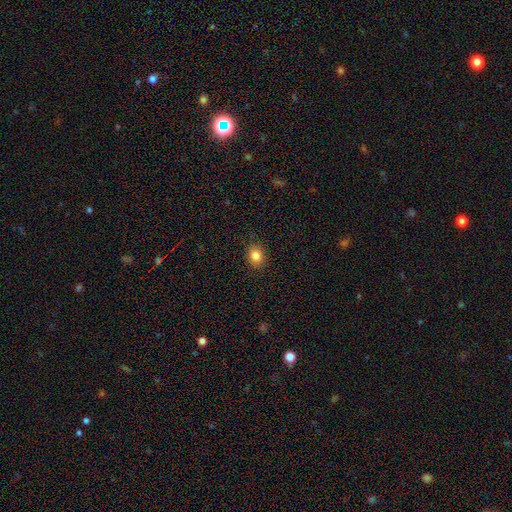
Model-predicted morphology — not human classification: Q: Smooth or featured?
A: smooth (84%); runner-up: star or artifact (10%)
Q: How rounded?
A: round (54%); runner-up: in between (45%)
Q: Merging?
A: none (89%); runner-up: minor disturbance (8%)